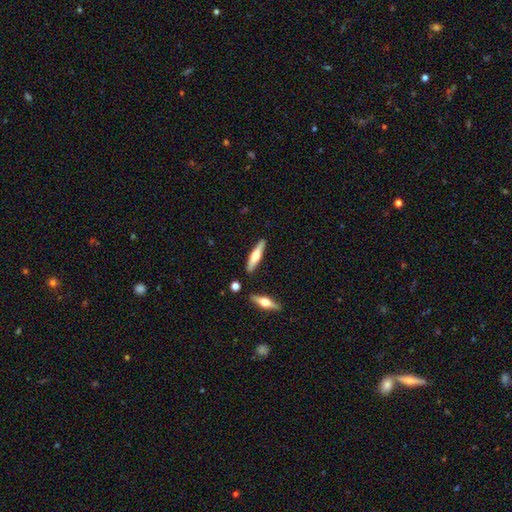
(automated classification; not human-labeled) Q: Smooth or featured?
A: featured or disk (52%); runner-up: smooth (42%)
Q: Edge-on disk?
A: yes (95%); runner-up: no (5%)
Q: Merging?
A: none (85%); runner-up: minor disturbance (8%)